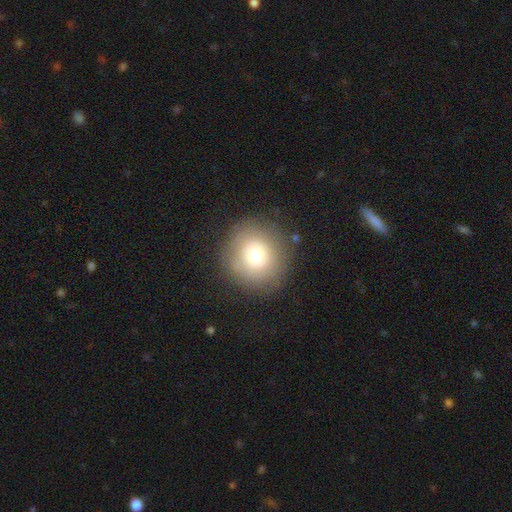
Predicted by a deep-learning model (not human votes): This appears to be a smooth galaxy with no disk features (72%) that is round (94%). Merging: none (85%).